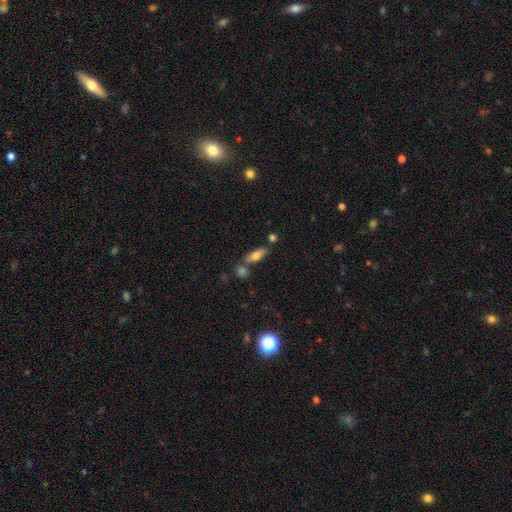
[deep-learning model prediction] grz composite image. It shows a smooth galaxy with no disk features (71%) that is in between round and cigar-shaped (64%). Merging: none (64%).